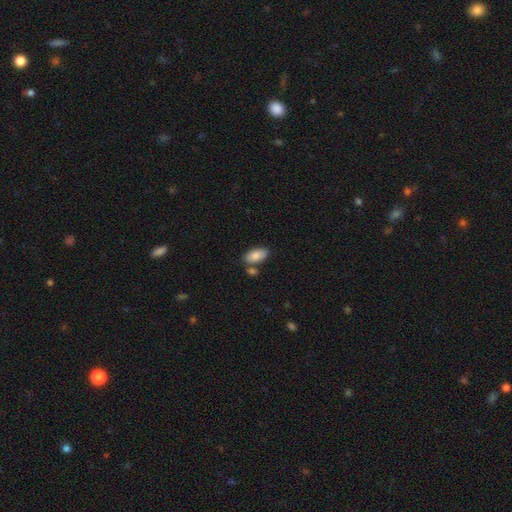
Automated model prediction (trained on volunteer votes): Morphology: type=smooth (87%); roundness=in between (94%); merging=none (69%).